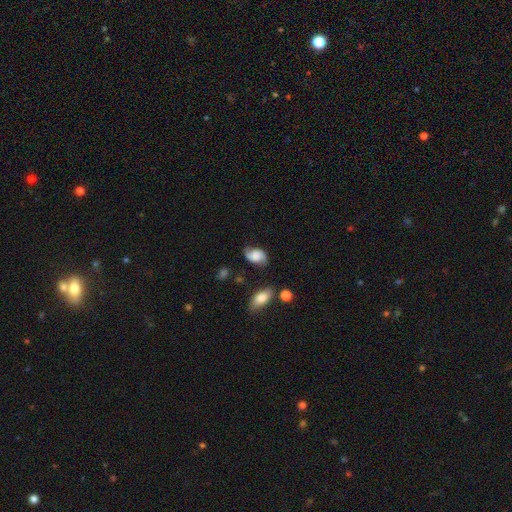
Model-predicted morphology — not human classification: Smooth or featured: featured or disk — 56% (smooth — 36%)
Edge-on disk: no — 96% (yes — 4%)
Bar: no — 62% (weak — 31%)
Spiral arms: yes — 90% (no — 10%)
Bulge size: large — 30% (none — 29%)
Merging: none — 65% (minor disturbance — 24%)